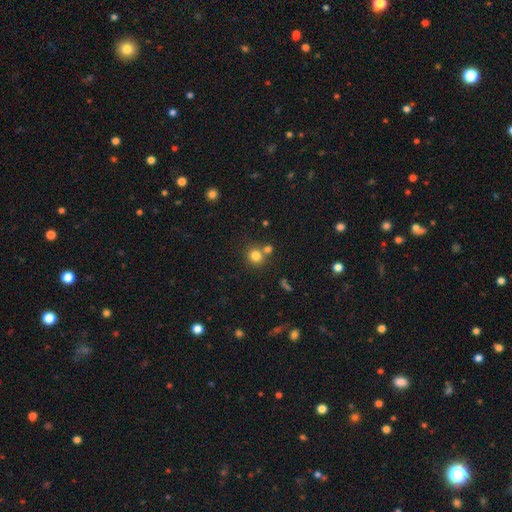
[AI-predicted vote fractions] This is likely a smooth galaxy (79%). How rounded: clearly round (86%). Merging: likely none (62%).